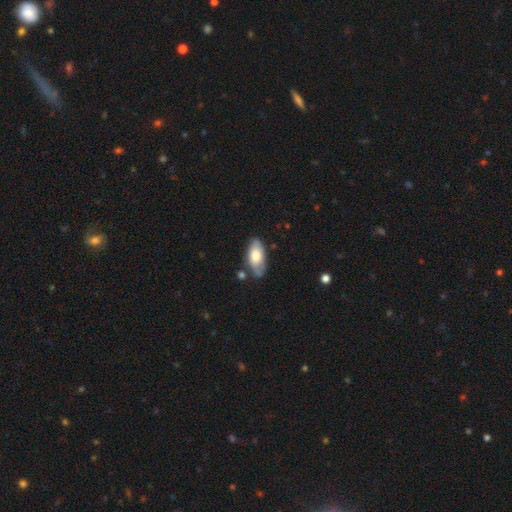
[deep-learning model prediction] Q: Smooth or featured?
A: smooth (69%); runner-up: featured or disk (25%)
Q: How rounded?
A: in between (90%); runner-up: cigar-shaped (7%)
Q: Merging?
A: none (67%); runner-up: minor disturbance (22%)